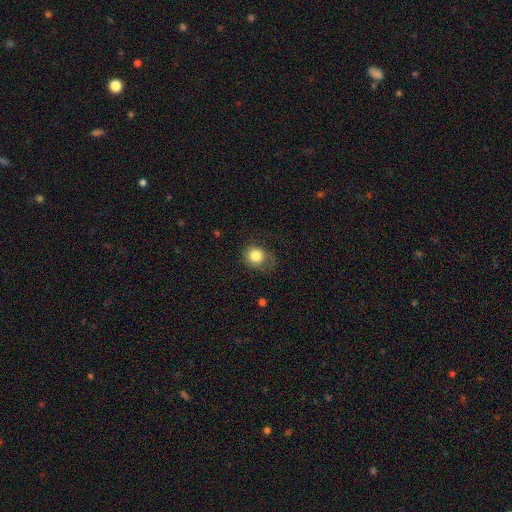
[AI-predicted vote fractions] Morphology: type=smooth (83%); roundness=round (76%); merging=none (60%).